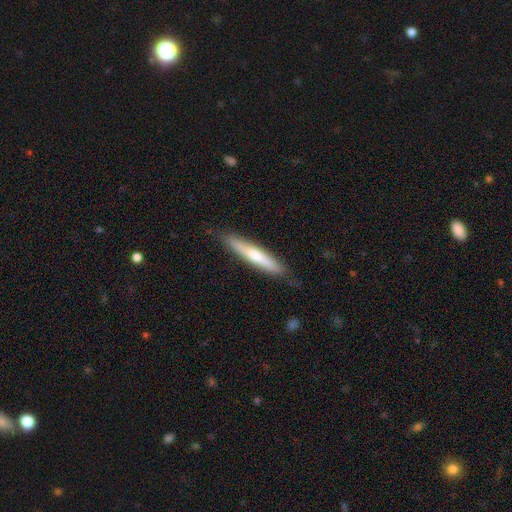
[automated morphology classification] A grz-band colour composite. It shows a smooth galaxy with no disk features (58%) that is cigar-shaped (92%). Merging: none (83%).